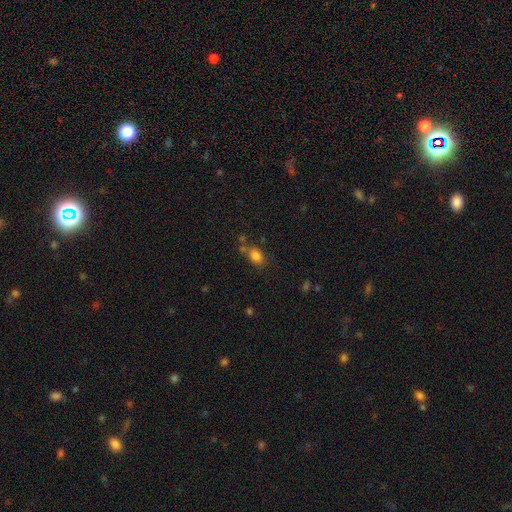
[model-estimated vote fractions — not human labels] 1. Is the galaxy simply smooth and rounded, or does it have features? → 81% smooth, 13% star or artifact, 6% featured or disk.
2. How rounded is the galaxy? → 71% in between, 27% round, 2% cigar-shaped.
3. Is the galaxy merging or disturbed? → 62% none, 16% merger, 16% minor disturbance, 6% major disturbance.